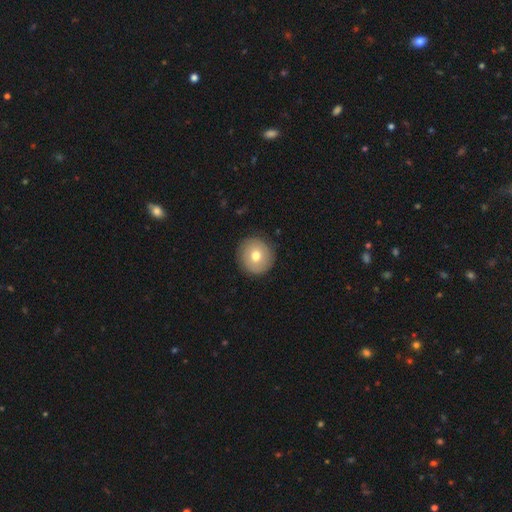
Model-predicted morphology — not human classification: Q: Smooth or featured?
A: smooth (60%); runner-up: featured or disk (32%)
Q: How rounded?
A: round (93%); runner-up: in between (7%)
Q: Merging?
A: none (87%); runner-up: minor disturbance (9%)